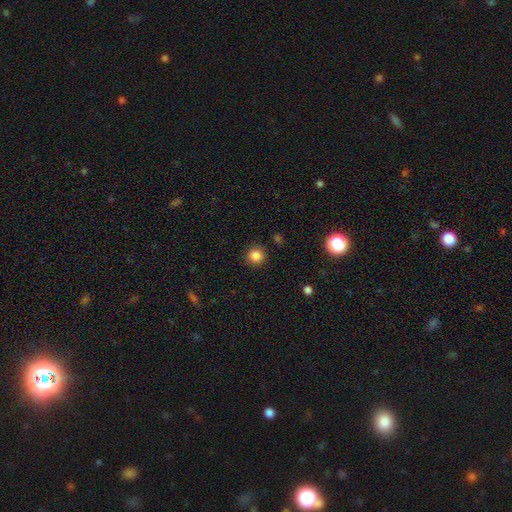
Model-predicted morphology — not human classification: Smooth or featured? smooth (84%)
How rounded? round (92%)
Merging? none (90%)